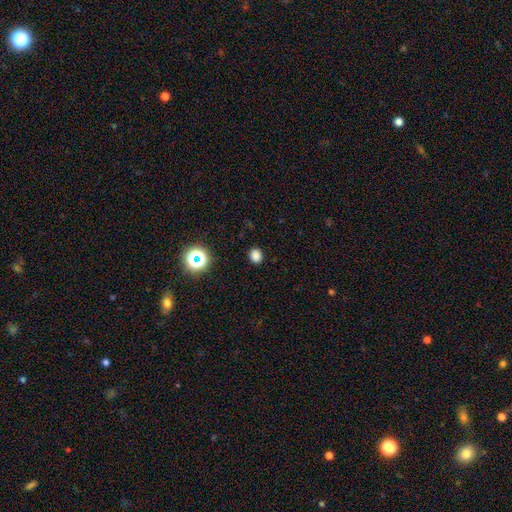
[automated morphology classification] Smooth or featured? Predicted: smooth (p=0.79). How rounded? Predicted: round (p=0.54). Merging? Predicted: none (p=0.89).